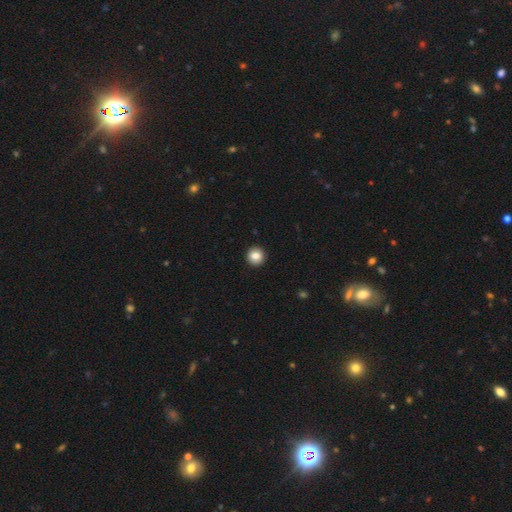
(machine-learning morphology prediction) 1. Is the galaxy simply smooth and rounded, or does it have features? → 85% smooth, 9% star or artifact, 7% featured or disk.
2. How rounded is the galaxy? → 94% round, 5% in between, 1% cigar-shaped.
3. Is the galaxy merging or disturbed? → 93% none, 4% minor disturbance, 1% major disturbance, 1% merger.